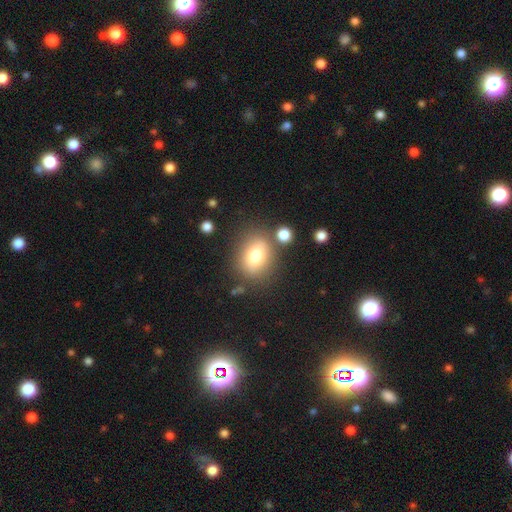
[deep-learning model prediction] A smooth galaxy with no disk features (74%) that is in between round and cigar-shaped (51%). Merging: none (73%).